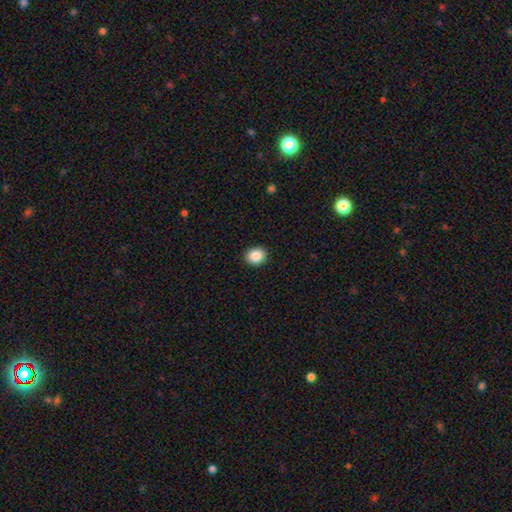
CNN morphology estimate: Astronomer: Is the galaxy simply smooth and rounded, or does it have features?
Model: smooth — 87%.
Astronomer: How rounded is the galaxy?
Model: round — 65%.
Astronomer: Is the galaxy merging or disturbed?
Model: none — 92%.